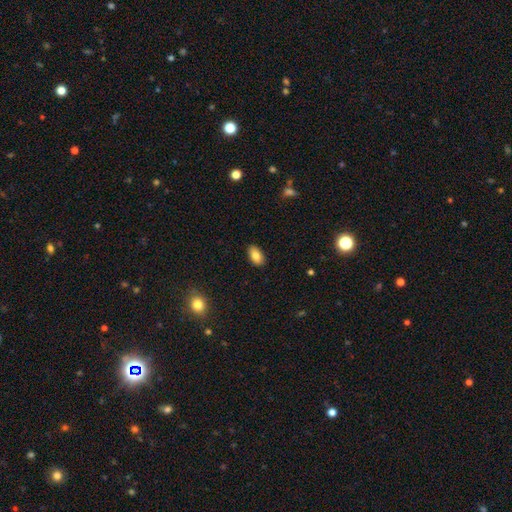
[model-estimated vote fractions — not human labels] Smooth or featured?
  - smooth: 83% *
  - featured or disk: 9%
  - star or artifact: 8%
How rounded?
  - in between: 92% *
  - round: 5%
  - cigar-shaped: 3%
Merging?
  - none: 87% *
  - minor disturbance: 10%
  - major disturbance: 2%
  - merger: 1%